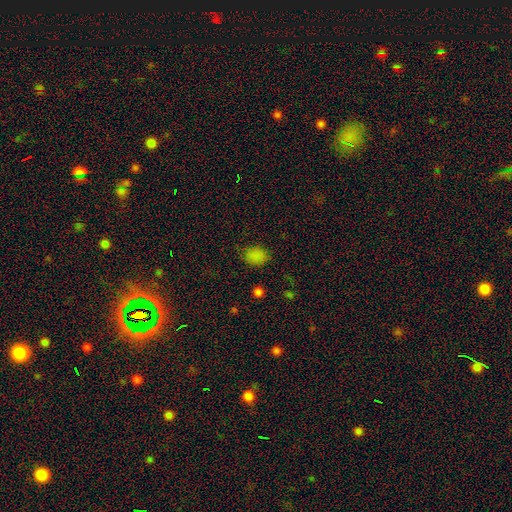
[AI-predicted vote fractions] Smooth or featured: smooth — 79% (star or artifact — 17%)
How rounded: in between — 60% (round — 39%)
Merging: none — 76% (minor disturbance — 18%)